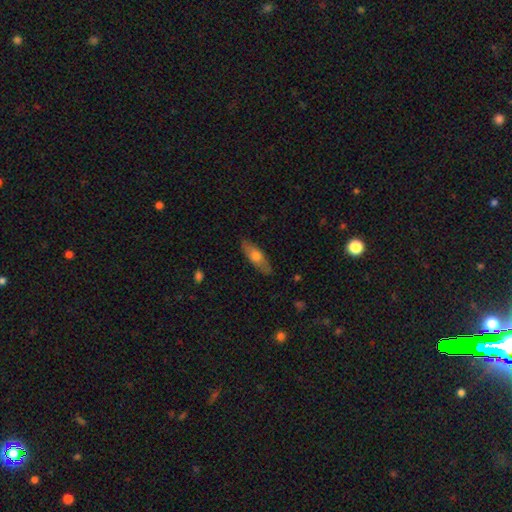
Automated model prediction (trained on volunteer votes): Smooth or featured?
  - smooth: 62% *
  - featured or disk: 32%
  - star or artifact: 6%
How rounded?
  - in between: 59% *
  - cigar-shaped: 38%
  - round: 3%
Merging?
  - none: 83% *
  - minor disturbance: 13%
  - major disturbance: 3%
  - merger: 1%